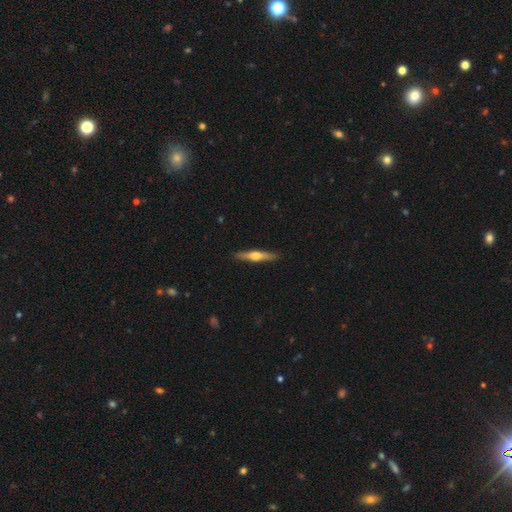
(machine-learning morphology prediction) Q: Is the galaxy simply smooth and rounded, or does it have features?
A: featured or disk — 54%.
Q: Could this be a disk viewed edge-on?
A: yes — 95%.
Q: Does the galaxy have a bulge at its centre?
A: rounded — 91%.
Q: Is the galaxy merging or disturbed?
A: none — 90%.